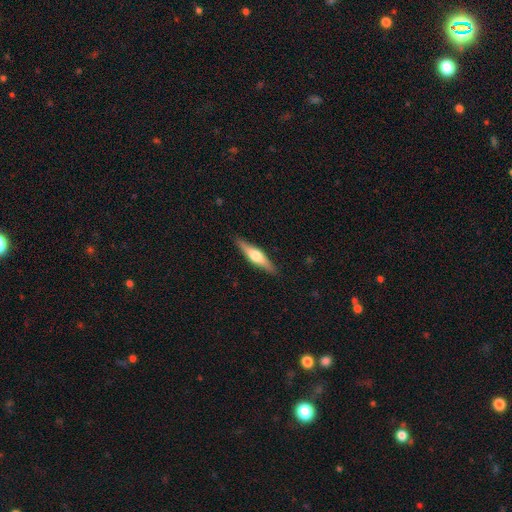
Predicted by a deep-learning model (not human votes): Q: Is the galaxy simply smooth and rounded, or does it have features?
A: featured or disk — 60%.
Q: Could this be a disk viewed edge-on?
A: yes — 95%.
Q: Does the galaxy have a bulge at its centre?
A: rounded — 91%.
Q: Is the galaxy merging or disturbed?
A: none — 89%.